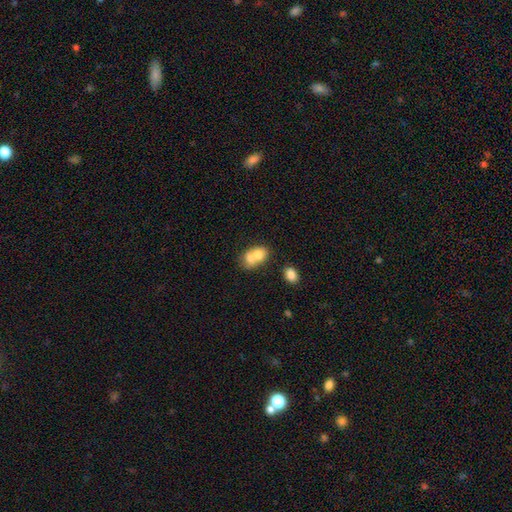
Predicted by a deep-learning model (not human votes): This is likely a smooth galaxy (71%). How rounded: possibly in between (57%). Merging: likely merger (70%).